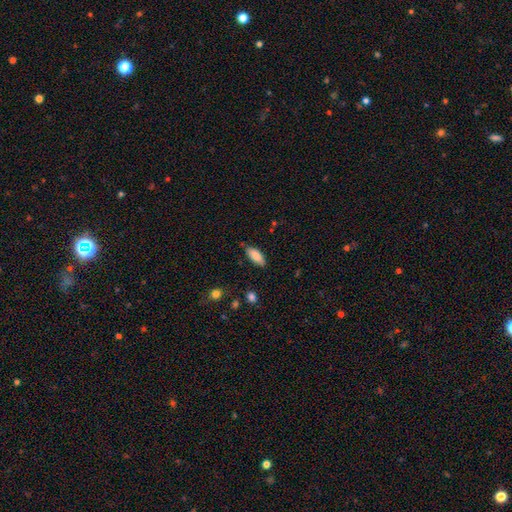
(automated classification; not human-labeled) A smooth galaxy with no disk features (86%) that is in between round and cigar-shaped (81%). Merging: none (78%).